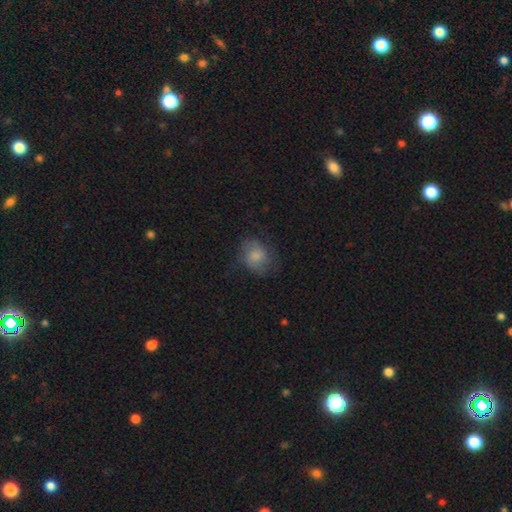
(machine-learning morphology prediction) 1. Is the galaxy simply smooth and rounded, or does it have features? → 66% smooth, 25% featured or disk, 9% star or artifact.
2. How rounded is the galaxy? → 58% round, 41% in between, 1% cigar-shaped.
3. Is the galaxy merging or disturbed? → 61% none, 24% minor disturbance, 14% major disturbance, 1% merger.